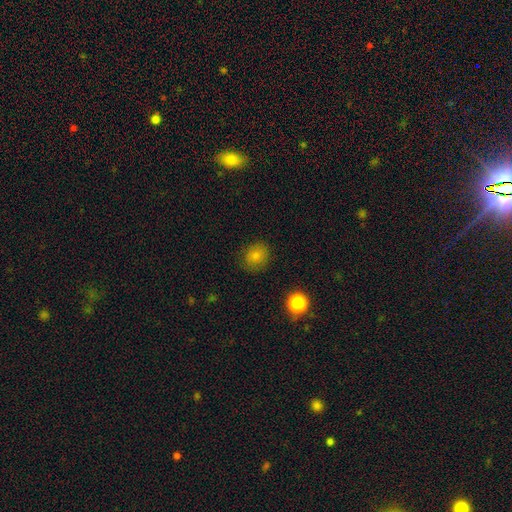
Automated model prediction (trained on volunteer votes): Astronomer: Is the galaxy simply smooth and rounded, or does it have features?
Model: smooth — 75%.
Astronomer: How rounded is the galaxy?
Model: round — 78%.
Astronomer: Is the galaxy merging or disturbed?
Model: none — 86%.